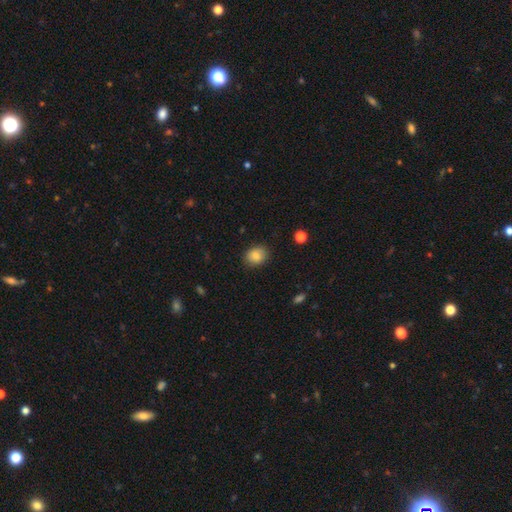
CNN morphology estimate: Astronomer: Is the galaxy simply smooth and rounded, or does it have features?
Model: smooth — 85%.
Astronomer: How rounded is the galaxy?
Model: round — 50% (runner-up: in between, 49%).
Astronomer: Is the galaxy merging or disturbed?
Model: none — 85%.